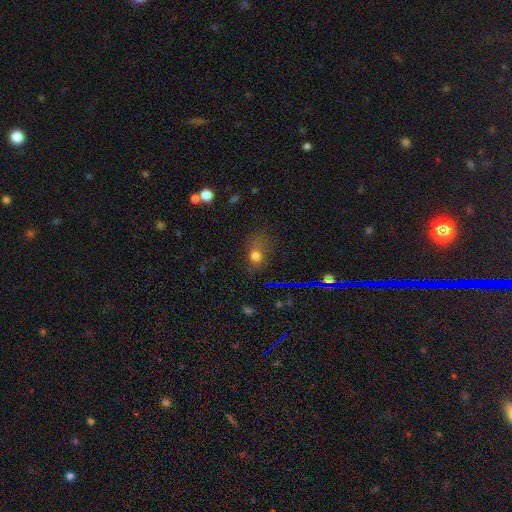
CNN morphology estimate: A smooth galaxy with no disk features (67%) that is in between round and cigar-shaped (62%). Merging: none (52%).